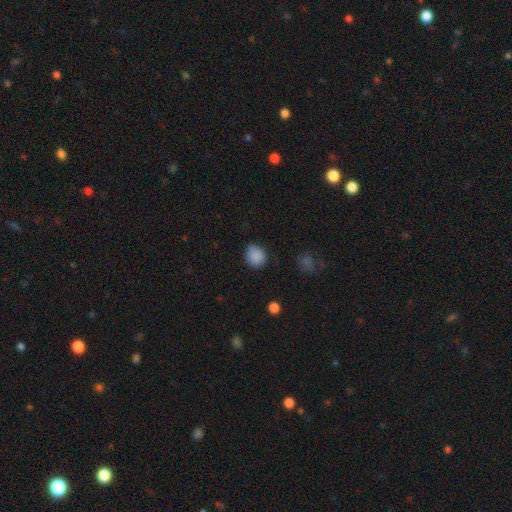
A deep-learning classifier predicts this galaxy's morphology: The model was most divided on "how rounded": round: 74%, in between: 25%, cigar-shaped: 1%. More confident: smooth or featured — smooth (87%); merging — none (74%).